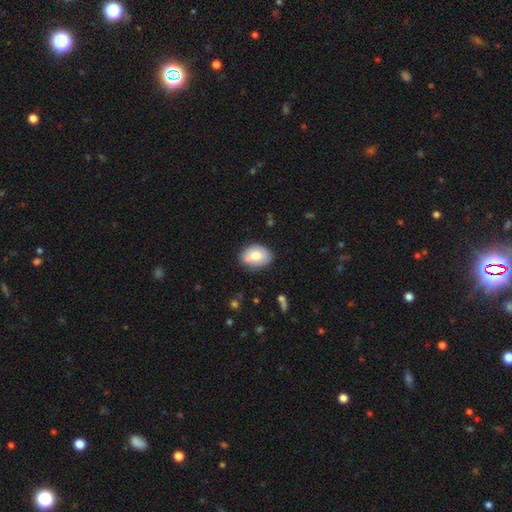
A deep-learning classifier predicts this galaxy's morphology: The model was most divided on "how rounded": in between: 75%, round: 24%, cigar-shaped: 1%. More confident: smooth or featured — smooth (75%); merging — none (73%).